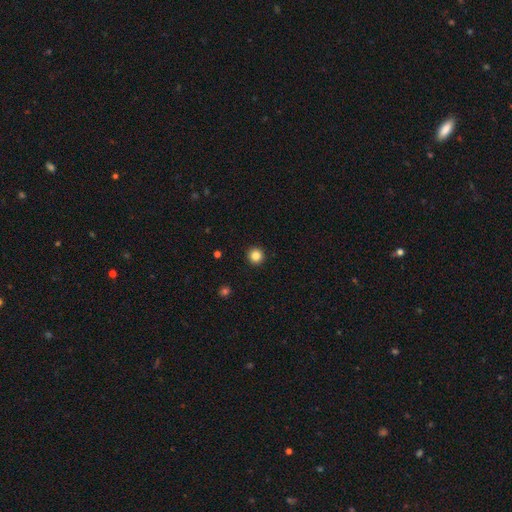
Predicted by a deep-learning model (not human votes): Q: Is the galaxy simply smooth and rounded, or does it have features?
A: smooth — 84%.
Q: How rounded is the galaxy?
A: round — 95%.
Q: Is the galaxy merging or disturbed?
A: none — 93%.